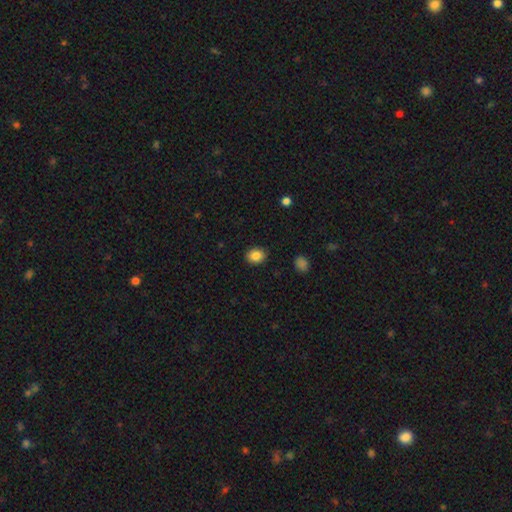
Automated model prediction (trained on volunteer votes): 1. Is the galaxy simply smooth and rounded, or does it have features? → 86% smooth, 9% star or artifact, 5% featured or disk.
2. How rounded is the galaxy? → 51% in between, 48% round, 1% cigar-shaped.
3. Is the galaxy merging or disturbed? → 89% none, 8% minor disturbance, 2% major disturbance, 1% merger.